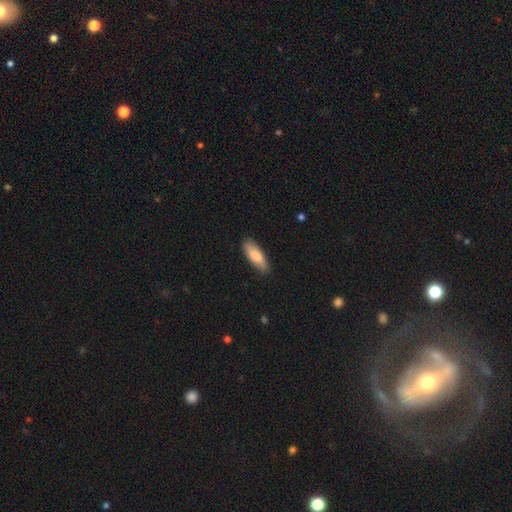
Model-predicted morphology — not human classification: Q: Smooth or featured?
A: smooth (81%); runner-up: featured or disk (13%)
Q: How rounded?
A: in between (62%); runner-up: cigar-shaped (36%)
Q: Merging?
A: none (84%); runner-up: minor disturbance (13%)